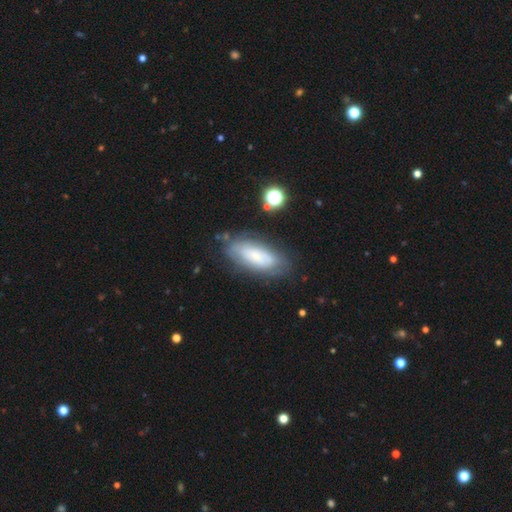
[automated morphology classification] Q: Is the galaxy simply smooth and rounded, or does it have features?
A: smooth — 56%.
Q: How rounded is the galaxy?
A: in between — 79%.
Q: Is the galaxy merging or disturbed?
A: none — 74%.